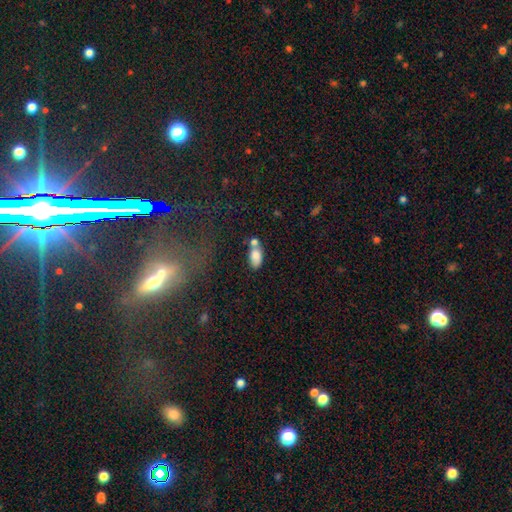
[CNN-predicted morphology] This appears to be a smooth galaxy with no disk features (82%) that is in between round and cigar-shaped (91%). Merging: none (45%).